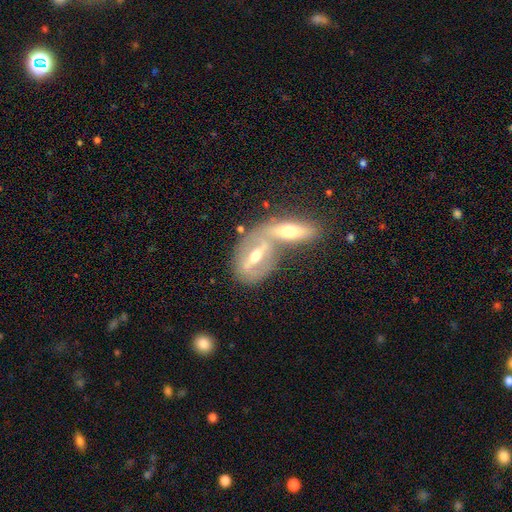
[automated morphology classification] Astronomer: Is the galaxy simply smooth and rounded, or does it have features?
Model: featured or disk — 69%.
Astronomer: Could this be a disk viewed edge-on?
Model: no — 73%.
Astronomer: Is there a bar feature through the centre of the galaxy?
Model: strong — 53% (runner-up: weak, 30%).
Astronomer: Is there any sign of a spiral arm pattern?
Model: no — 53% (runner-up: yes, 47%).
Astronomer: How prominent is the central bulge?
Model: moderate — 73%.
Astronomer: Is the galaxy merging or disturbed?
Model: merger — 52% (runner-up: none, 34%).